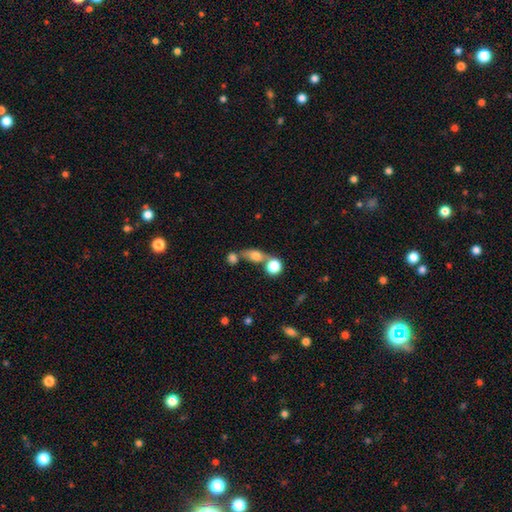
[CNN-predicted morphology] smooth 74%, featured or disk 14%, star or artifact 12%. Down the decision tree: how rounded — in between (58%); merging — none (41%).